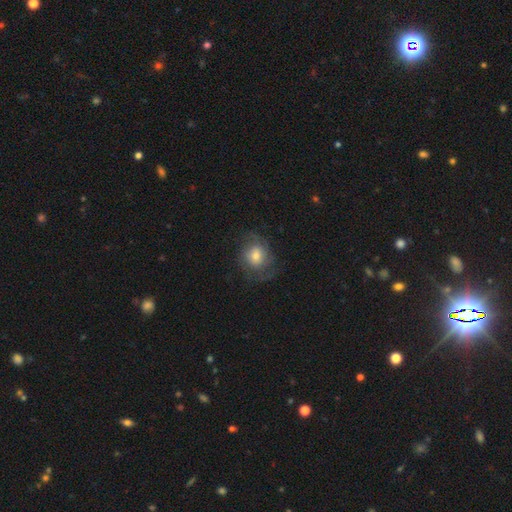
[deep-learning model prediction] Smooth or featured? featured or disk (49%)
Merging? none (63%)